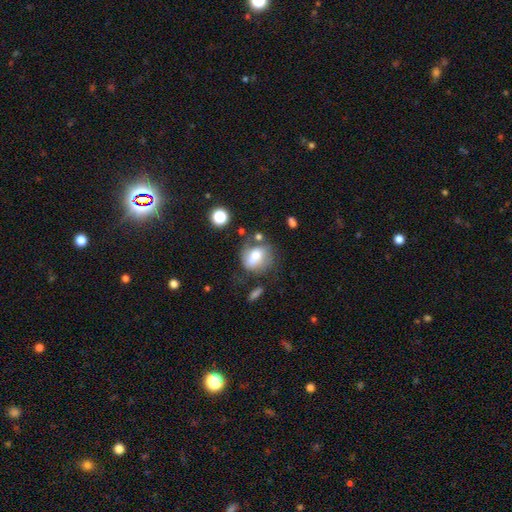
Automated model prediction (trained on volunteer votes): The model was most divided on "how rounded": round: 52%, in between: 46%, cigar-shaped: 2%. Remaining: smooth or featured — smooth (62%); merging — none (45%).